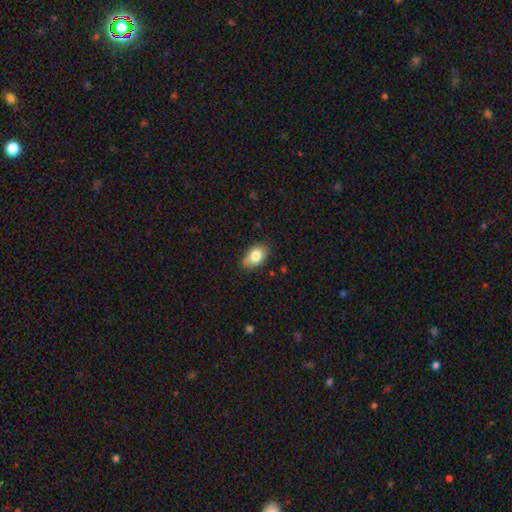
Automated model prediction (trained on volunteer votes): A smooth galaxy with no disk features (80%) that is in between round and cigar-shaped (87%).

Vote fractions:
- Smooth or featured? smooth: 80% / featured or disk: 12% / star or artifact: 8%
- How rounded? in between: 87% / round: 11% / cigar-shaped: 2%
- Merging? none: 71% / minor disturbance: 23% / major disturbance: 4% / merger: 2%